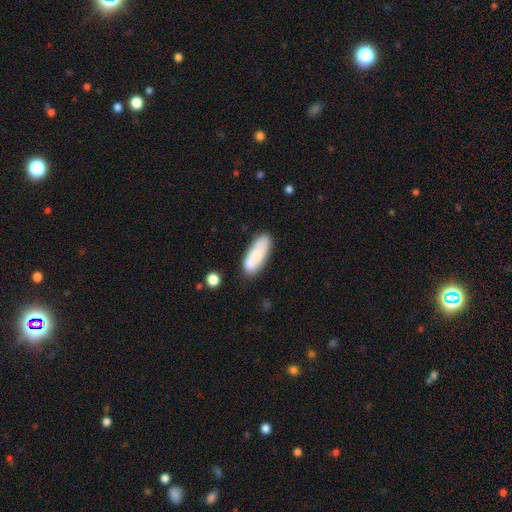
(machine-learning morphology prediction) The model was most divided on "how rounded": in between: 71%, cigar-shaped: 27%, round: 2%. More confident: smooth or featured — smooth (74%); merging — none (68%).